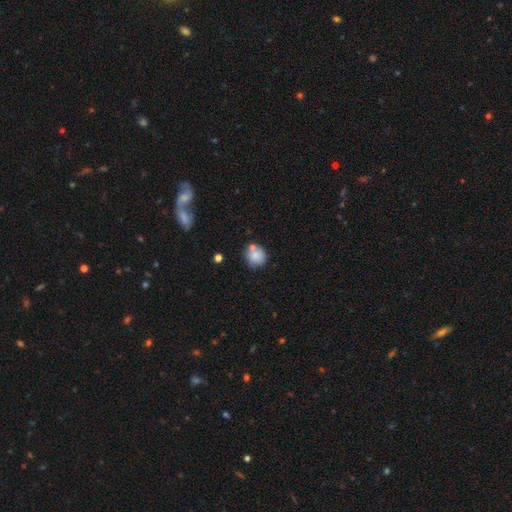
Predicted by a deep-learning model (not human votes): The model was most divided on "merging": none: 66%, merger: 17%, minor disturbance: 14%, major disturbance: 4%. More confident: how rounded — round (88%); smooth or featured — smooth (83%).